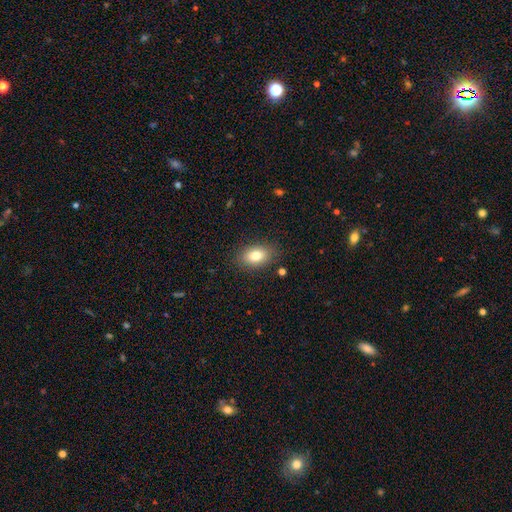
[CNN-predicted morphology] Smooth or featured? Predicted: smooth (p=0.80). How rounded? Predicted: in between (p=0.87). Merging? Predicted: none (p=0.85).